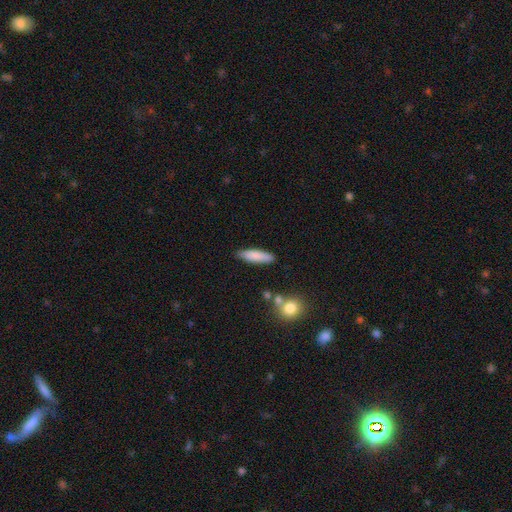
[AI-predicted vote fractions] A smooth galaxy with no disk features (82%) that is cigar-shaped (65%). Merging: none (82%).